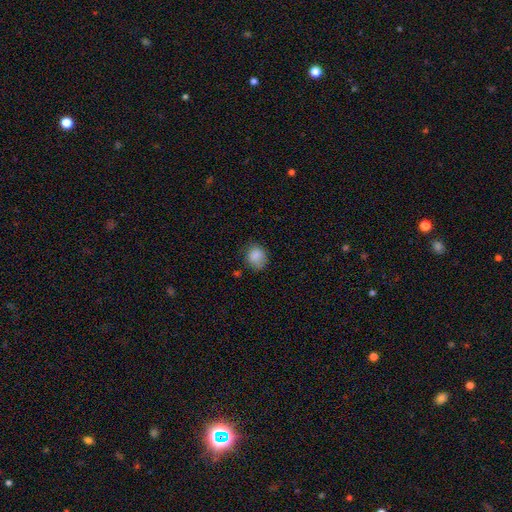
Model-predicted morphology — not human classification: type=smooth (85%); roundness=round (60%); merging=none (66%).